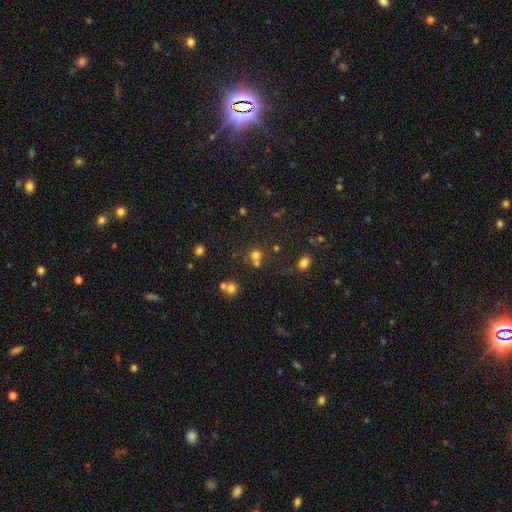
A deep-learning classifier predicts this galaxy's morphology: Overall: smooth (66%). How rounded: round (87%). Merging: none (57%; merger 29%).